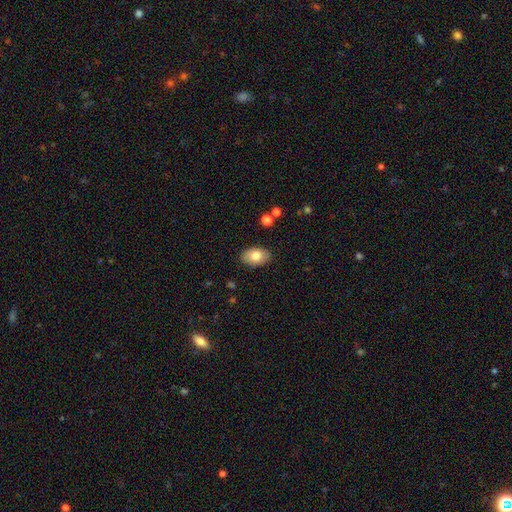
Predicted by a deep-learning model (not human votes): Morphology: type=smooth (79%); roundness=in between (89%); merging=none (87%).